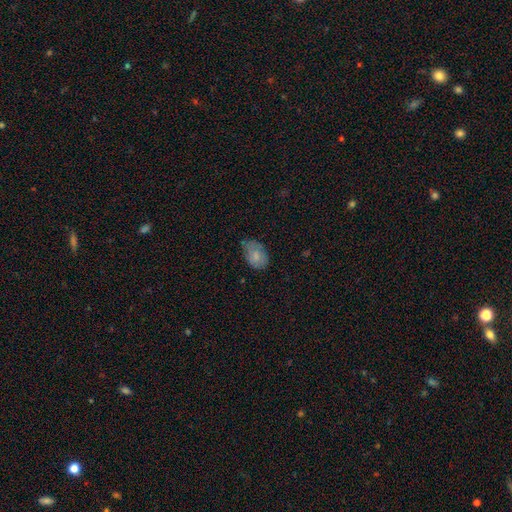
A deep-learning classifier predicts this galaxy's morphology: Q: Smooth or featured?
A: smooth (76%); runner-up: featured or disk (16%)
Q: How rounded?
A: in between (86%); runner-up: round (13%)
Q: Merging?
A: none (57%); runner-up: minor disturbance (32%)